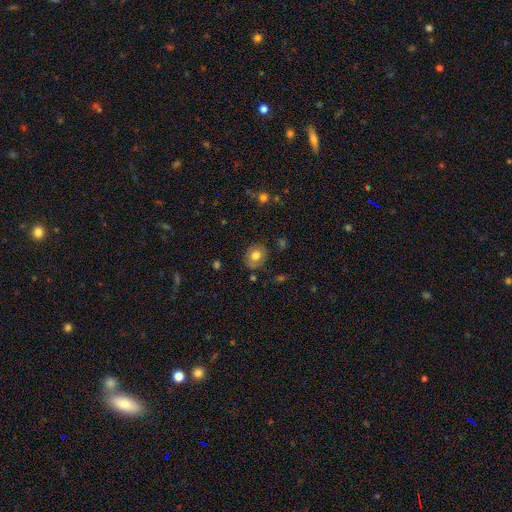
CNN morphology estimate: This appears to be a smooth galaxy with no disk features (74%) that is round (64%). Merging: none (78%).